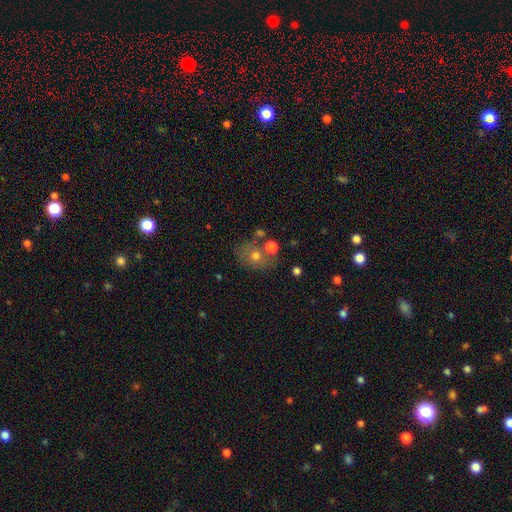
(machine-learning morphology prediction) A smooth galaxy with no disk features (62%) that is round (56%).

Vote fractions:
- Smooth or featured? smooth: 62% / featured or disk: 22% / star or artifact: 16%
- How rounded? round: 56% / in between: 43% / cigar-shaped: 1%
- Merging? none: 60% / merger: 19% / minor disturbance: 14% / major disturbance: 6%